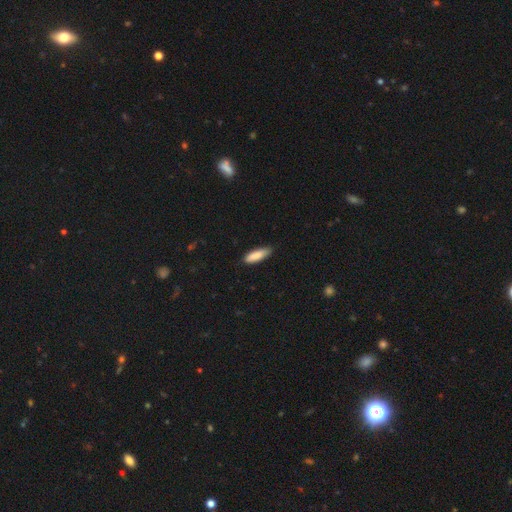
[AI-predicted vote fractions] smooth-or-featured: smooth: 88% | featured or disk: 7% | star or artifact: 6%
  how-rounded: in between: 50% | cigar-shaped: 48% | round: 2%
  merging: none: 81% | minor disturbance: 16% | major disturbance: 2% | merger: 1%